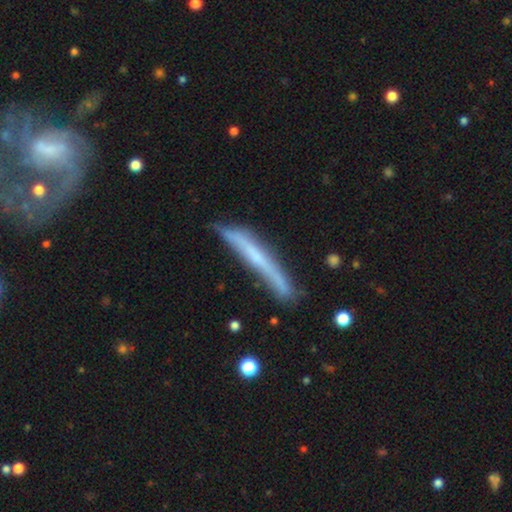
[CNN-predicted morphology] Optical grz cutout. It shows a featured or disk galaxy (51%) viewed edge-on (90%). Merging: none (65%).